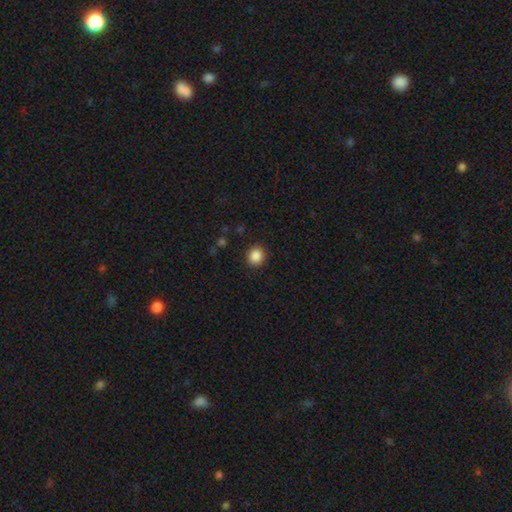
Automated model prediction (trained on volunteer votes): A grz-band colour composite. It shows a smooth galaxy with no disk features (87%) that is round (83%). Merging: none (91%).